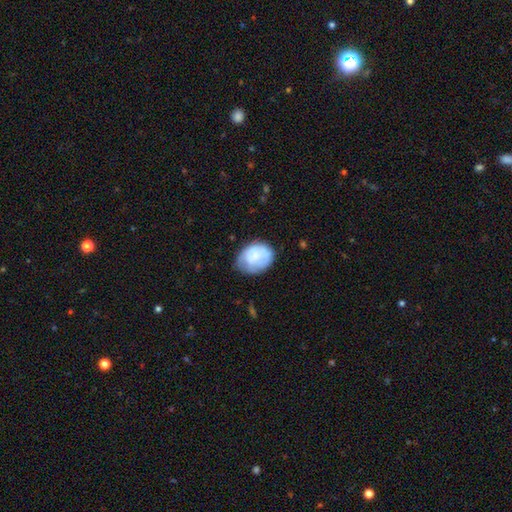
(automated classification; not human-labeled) smooth 67%, featured or disk 26%, star or artifact 7%. Down the decision tree: how rounded — in between (59%); merging — none (55%).